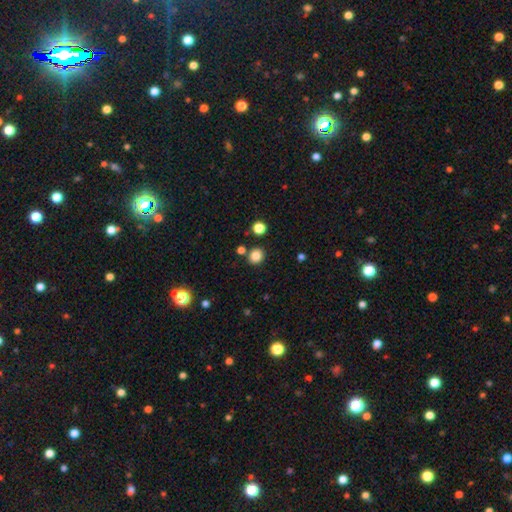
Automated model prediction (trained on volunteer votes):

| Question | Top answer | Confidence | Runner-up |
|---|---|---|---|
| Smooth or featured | smooth | 83% | star or artifact (12%) |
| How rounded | round | 83% | in between (16%) |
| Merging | none | 83% | minor disturbance (8%) |